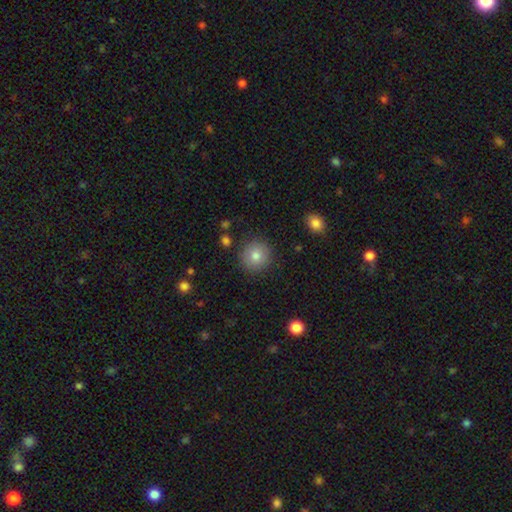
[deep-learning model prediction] Smooth or featured: smooth — 80% (featured or disk — 10%)
How rounded: round — 92% (in between — 7%)
Merging: none — 89% (minor disturbance — 7%)